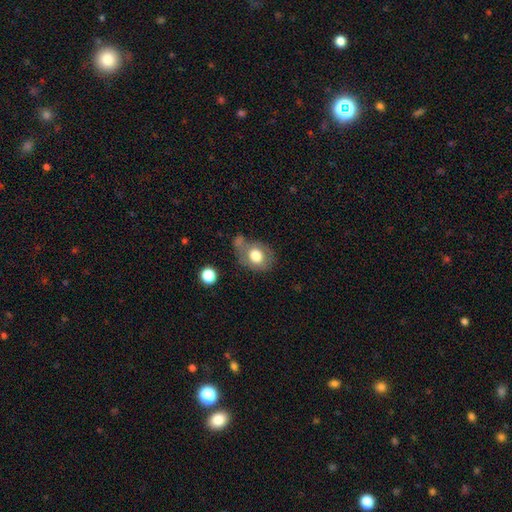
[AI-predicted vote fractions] A smooth galaxy with no disk features (71%) that is in between round and cigar-shaped (52%).

Vote fractions:
- Smooth or featured? smooth: 71% / featured or disk: 21% / star or artifact: 8%
- How rounded? in between: 52% / round: 47% / cigar-shaped: 1%
- Merging? none: 47% / minor disturbance: 25% / merger: 14% / major disturbance: 14%